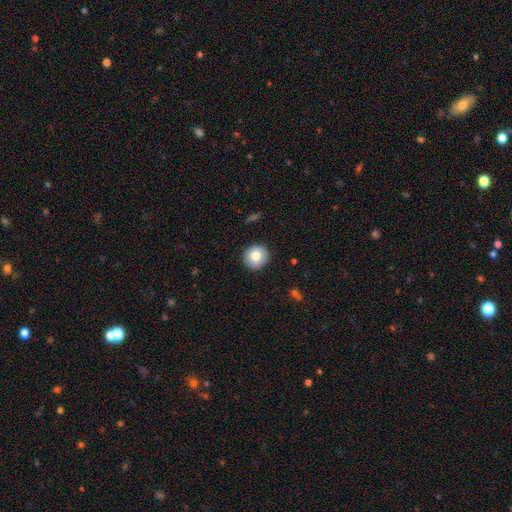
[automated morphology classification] Smooth or featured? Predicted: smooth (p=0.81). How rounded? Predicted: round (p=0.92). Merging? Predicted: none (p=0.90).